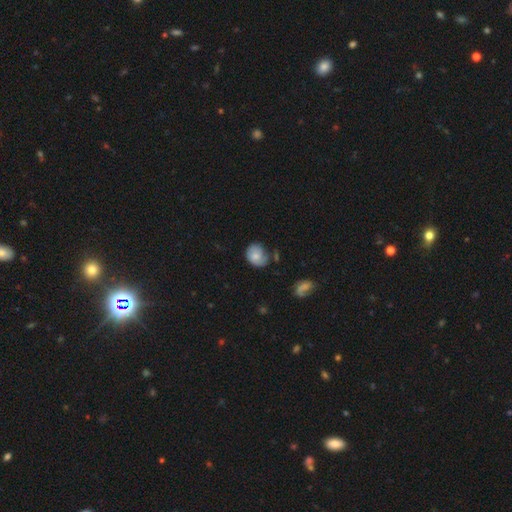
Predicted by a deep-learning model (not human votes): Smooth or featured?
  - smooth: 60% *
  - featured or disk: 32%
  - star or artifact: 8%
How rounded?
  - round: 52% *
  - in between: 47%
  - cigar-shaped: 1%
Merging?
  - none: 51% *
  - minor disturbance: 32%
  - major disturbance: 11%
  - merger: 5%